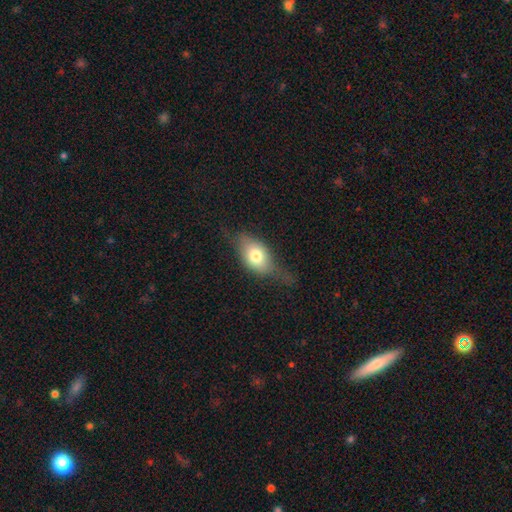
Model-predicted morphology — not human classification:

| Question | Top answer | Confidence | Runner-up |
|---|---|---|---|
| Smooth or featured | smooth | 61% | featured or disk (30%) |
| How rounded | in between | 76% | round (14%) |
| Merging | none | 54% | minor disturbance (30%) |